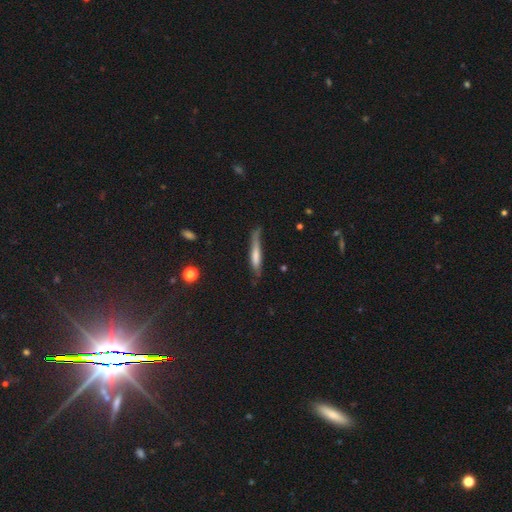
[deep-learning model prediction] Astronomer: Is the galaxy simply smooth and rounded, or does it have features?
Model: smooth — 57% (runner-up: featured or disk, 36%).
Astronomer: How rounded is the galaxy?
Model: cigar-shaped — 92%.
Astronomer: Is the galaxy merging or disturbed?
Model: none — 58%.